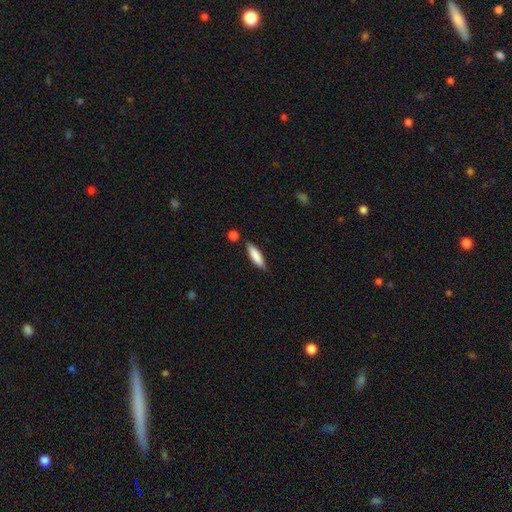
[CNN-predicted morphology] This is clearly a smooth galaxy (84%). How rounded: possibly cigar-shaped (59%). Merging: likely none (79%).